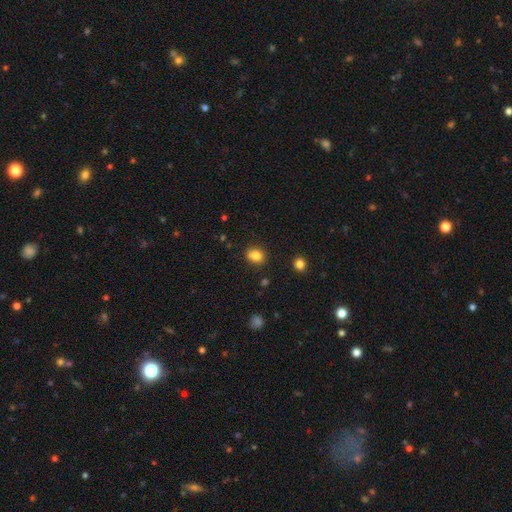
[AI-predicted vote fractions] This appears to be a smooth galaxy with no disk features (80%) that is round (57%). Merging: none (73%).